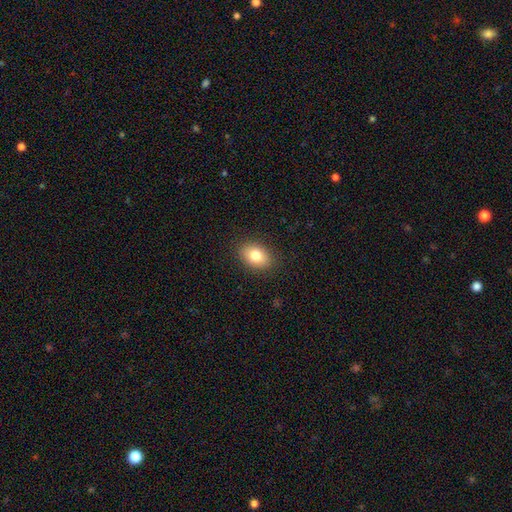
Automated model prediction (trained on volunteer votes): smooth-or-featured: smooth: 81% | featured or disk: 11% | star or artifact: 9%
  how-rounded: in between: 77% | round: 22% | cigar-shaped: 1%
  merging: none: 88% | minor disturbance: 9% | major disturbance: 3% | merger: 1%